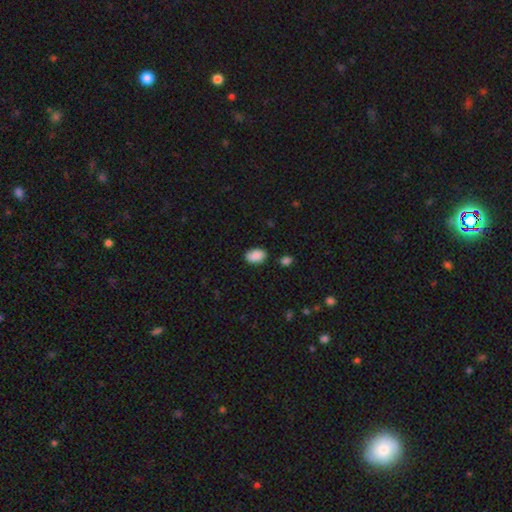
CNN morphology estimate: type=smooth (88%); roundness=in between (87%); merging=none (81%).